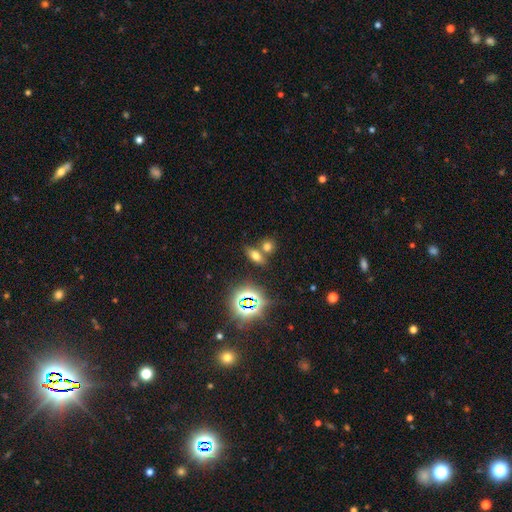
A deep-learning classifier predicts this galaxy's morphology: smooth 59%, star or artifact 28%, featured or disk 14%. Down the decision tree: how rounded — in between (73%); merging — none (60%).